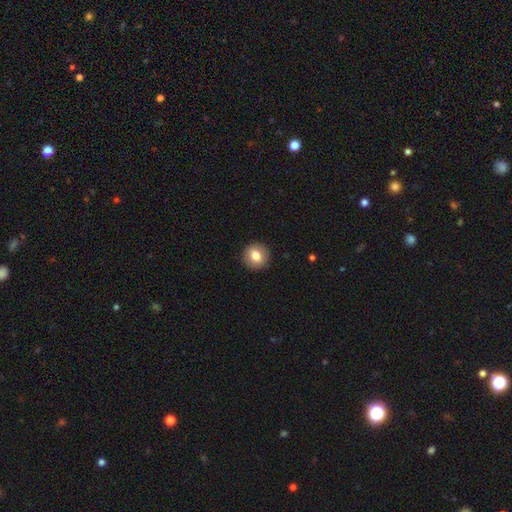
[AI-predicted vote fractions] A smooth galaxy with no disk features (80%) that is round (89%).

Vote fractions:
- Smooth or featured? smooth: 80% / featured or disk: 12% / star or artifact: 8%
- How rounded? round: 89% / in between: 10% / cigar-shaped: 1%
- Merging? none: 92% / minor disturbance: 5% / major disturbance: 2% / merger: 1%